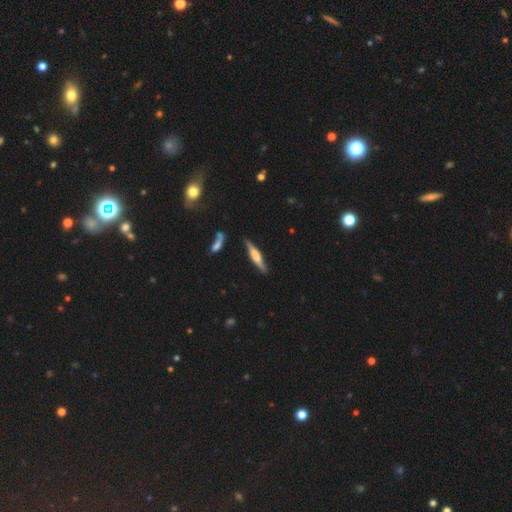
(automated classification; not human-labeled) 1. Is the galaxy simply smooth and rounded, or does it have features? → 51% featured or disk, 43% smooth, 6% star or artifact.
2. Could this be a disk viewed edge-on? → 93% yes, 7% no.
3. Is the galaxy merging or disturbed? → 80% none, 14% minor disturbance, 3% merger, 3% major disturbance.